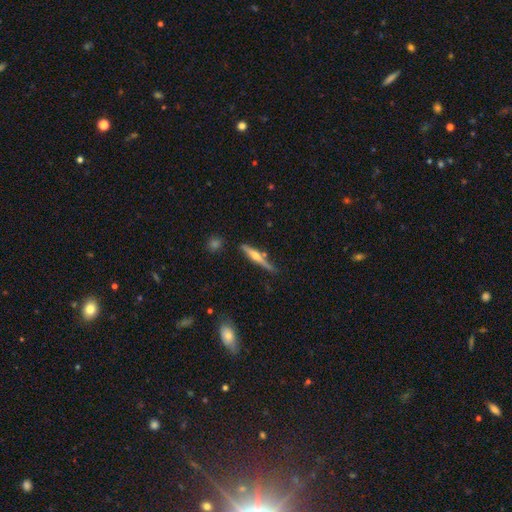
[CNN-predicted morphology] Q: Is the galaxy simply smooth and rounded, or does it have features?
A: featured or disk — 66%.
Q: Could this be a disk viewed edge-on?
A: yes — 97%.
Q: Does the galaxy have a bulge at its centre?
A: rounded — 89%.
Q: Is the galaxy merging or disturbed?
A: none — 78%.